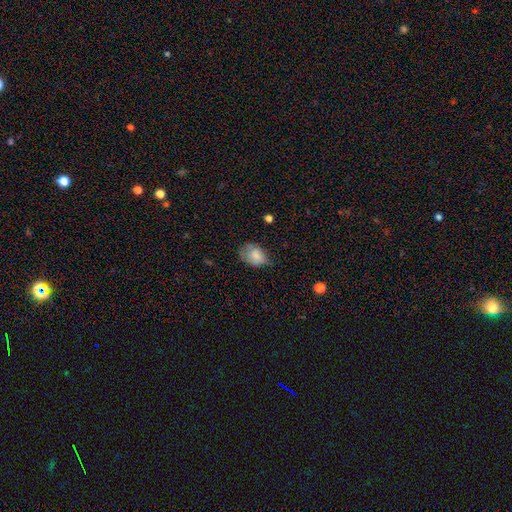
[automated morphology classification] The model was most divided on "merging": none: 47%, minor disturbance: 37%, major disturbance: 14%, merger: 3%. More confident: smooth or featured — smooth (78%); how rounded — in between (76%).